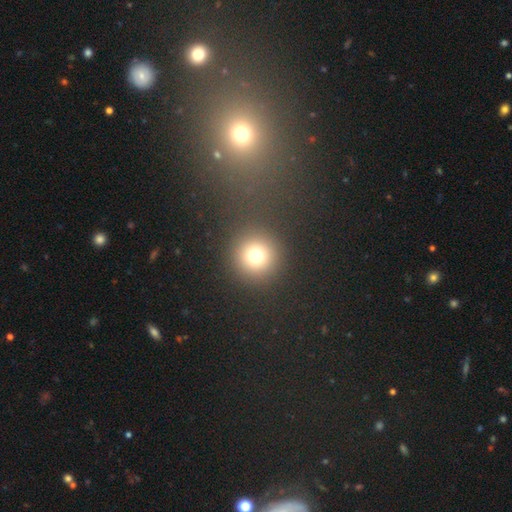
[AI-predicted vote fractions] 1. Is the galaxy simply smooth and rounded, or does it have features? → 75% smooth, 17% star or artifact, 8% featured or disk.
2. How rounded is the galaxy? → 94% round, 5% in between, 1% cigar-shaped.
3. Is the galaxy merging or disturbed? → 87% none, 6% minor disturbance, 4% major disturbance, 3% merger.